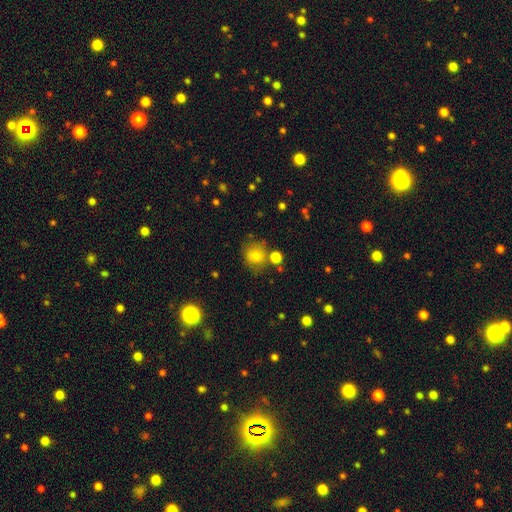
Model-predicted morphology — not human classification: type=smooth (79%); roundness=round (84%); merging=none (69%).